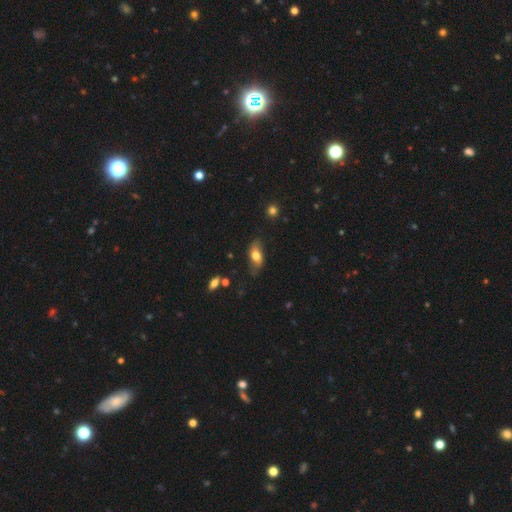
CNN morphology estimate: A smooth galaxy with no disk features (65%) that is in between round and cigar-shaped (85%). Merging: none (65%).